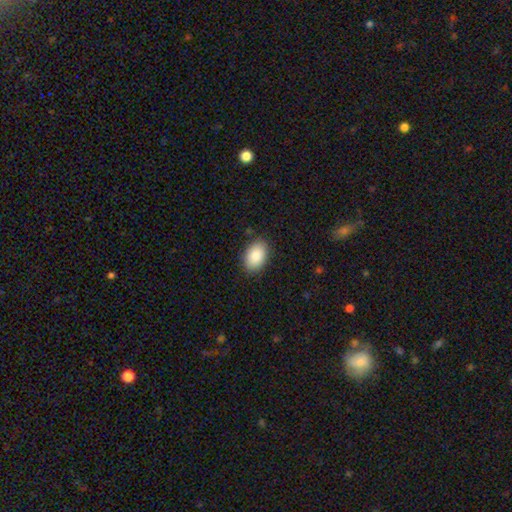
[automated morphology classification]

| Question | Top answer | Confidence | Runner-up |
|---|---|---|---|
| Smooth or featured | smooth | 88% | star or artifact (7%) |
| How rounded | in between | 89% | round (10%) |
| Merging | none | 87% | minor disturbance (10%) |